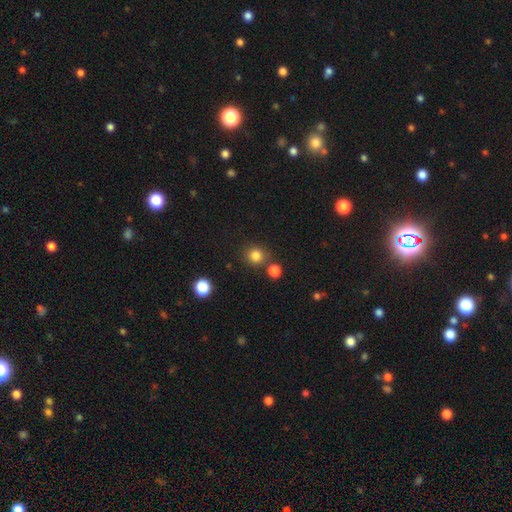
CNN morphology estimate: smooth 82%, star or artifact 13%, featured or disk 5%. Down the decision tree: how rounded — round (90%); merging — none (77%).